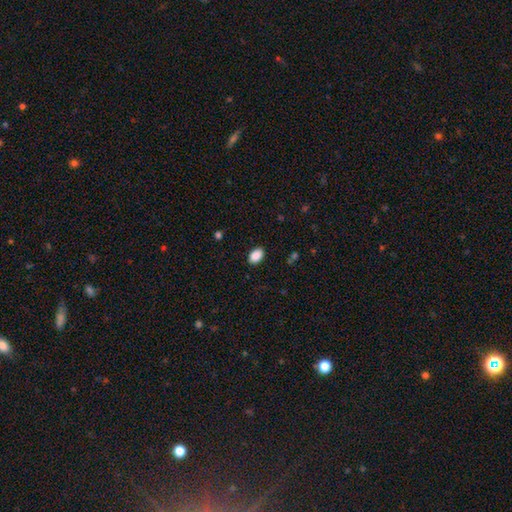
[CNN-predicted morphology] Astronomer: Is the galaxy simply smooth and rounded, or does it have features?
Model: smooth — 89%.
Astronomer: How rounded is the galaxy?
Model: in between — 89%.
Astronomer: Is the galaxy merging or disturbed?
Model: none — 88%.